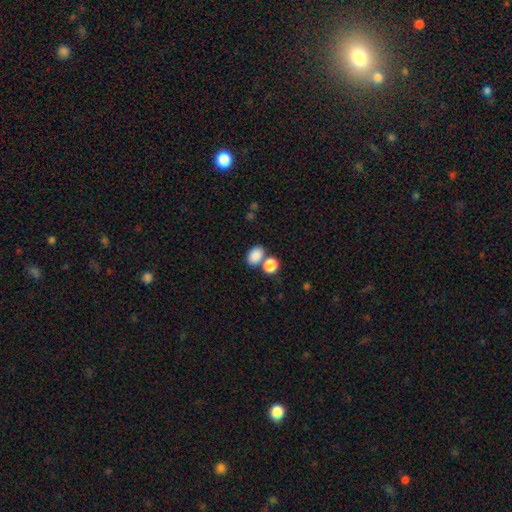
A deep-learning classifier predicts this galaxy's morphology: A smooth galaxy with no disk features (86%) that is in between round and cigar-shaped (77%).

Vote fractions:
- Smooth or featured? smooth: 86% / star or artifact: 9% / featured or disk: 5%
- How rounded? in between: 77% / round: 22% / cigar-shaped: 1%
- Merging? none: 56% / merger: 30% / minor disturbance: 10% / major disturbance: 4%